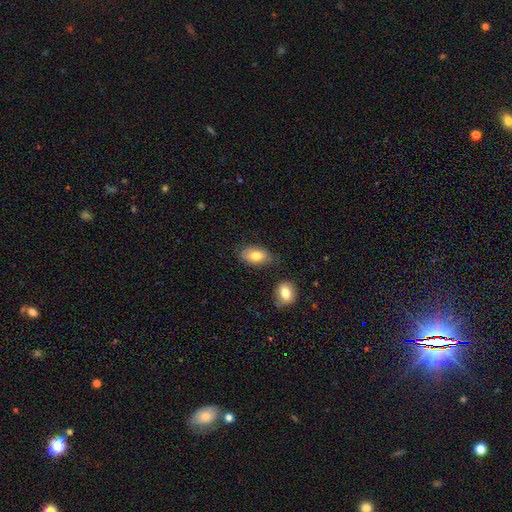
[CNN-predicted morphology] Q: Smooth or featured?
A: smooth (78%); runner-up: featured or disk (14%)
Q: How rounded?
A: in between (91%); runner-up: round (6%)
Q: Merging?
A: none (71%); runner-up: minor disturbance (18%)